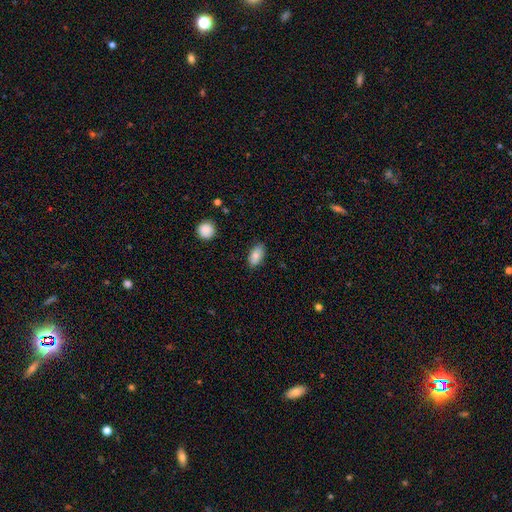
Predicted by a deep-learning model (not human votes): Morphology: type=smooth (82%); roundness=in between (91%); merging=none (80%).